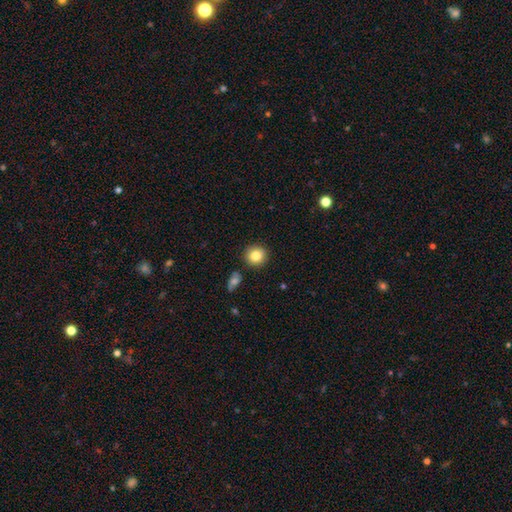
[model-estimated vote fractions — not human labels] A smooth galaxy with no disk features (85%) that is round (89%). Merging: none (88%).